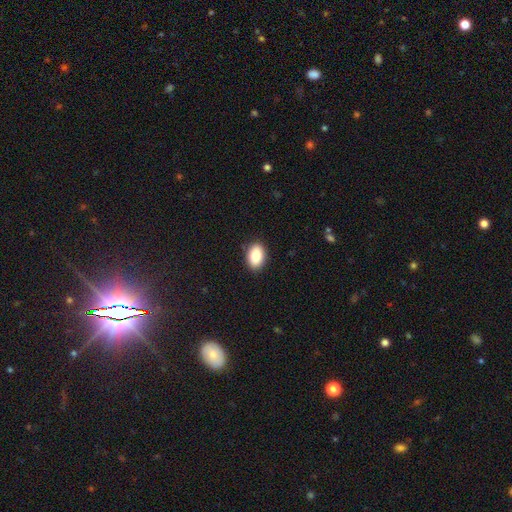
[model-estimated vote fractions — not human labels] Smooth or featured?
  - smooth: 86% *
  - star or artifact: 8%
  - featured or disk: 7%
How rounded?
  - in between: 87% *
  - round: 12%
  - cigar-shaped: 1%
Merging?
  - none: 89% *
  - minor disturbance: 8%
  - major disturbance: 2%
  - merger: 1%